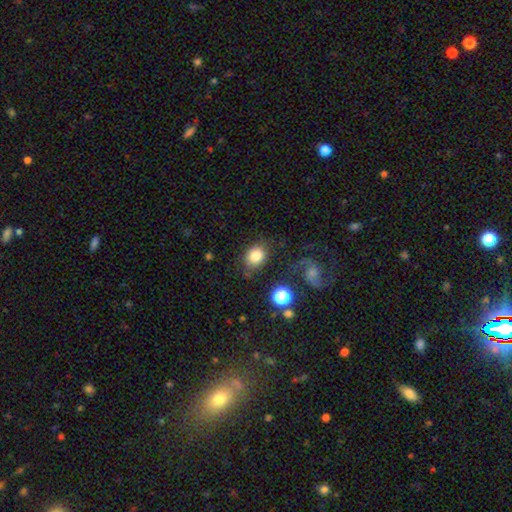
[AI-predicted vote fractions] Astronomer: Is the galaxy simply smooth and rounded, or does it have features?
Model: smooth — 79%.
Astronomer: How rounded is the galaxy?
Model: round — 51% (runner-up: in between, 48%).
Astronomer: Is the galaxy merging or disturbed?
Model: none — 66%.